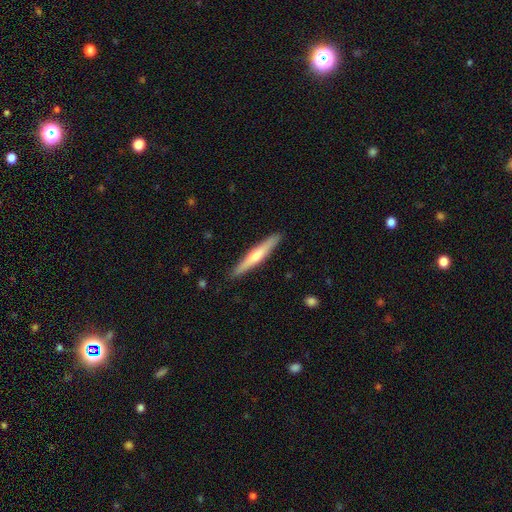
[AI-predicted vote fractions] Smooth or featured: featured or disk — 51% (smooth — 44%)
Edge-on disk: yes — 96% (no — 4%)
Merging: none — 91% (minor disturbance — 7%)